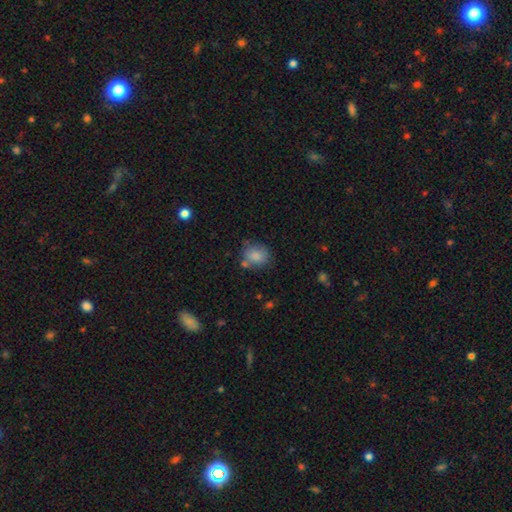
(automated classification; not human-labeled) Overall: smooth (83%). How rounded: round (58%; in between 41%). Merging: none (62%).